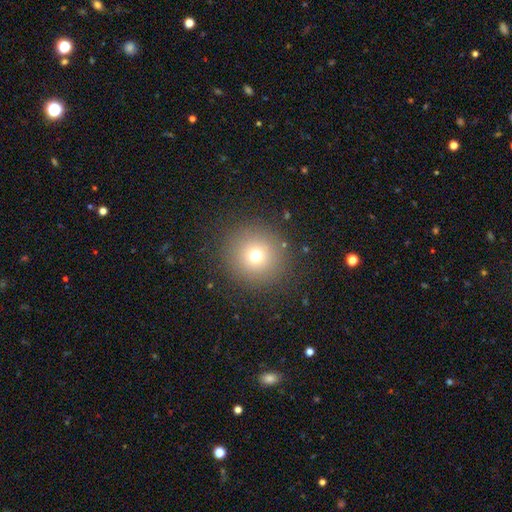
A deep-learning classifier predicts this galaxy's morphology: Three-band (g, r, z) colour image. It shows a smooth galaxy with no disk features (71%) that is round (95%). Merging: none (89%).